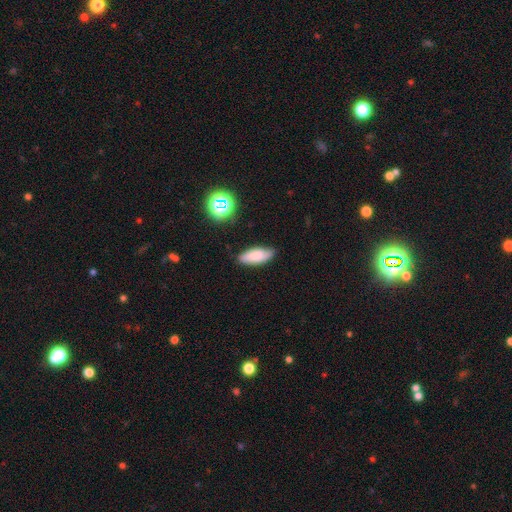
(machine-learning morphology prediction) Q: Smooth or featured?
A: smooth (80%); runner-up: featured or disk (11%)
Q: How rounded?
A: in between (77%); runner-up: cigar-shaped (21%)
Q: Merging?
A: none (79%); runner-up: minor disturbance (17%)